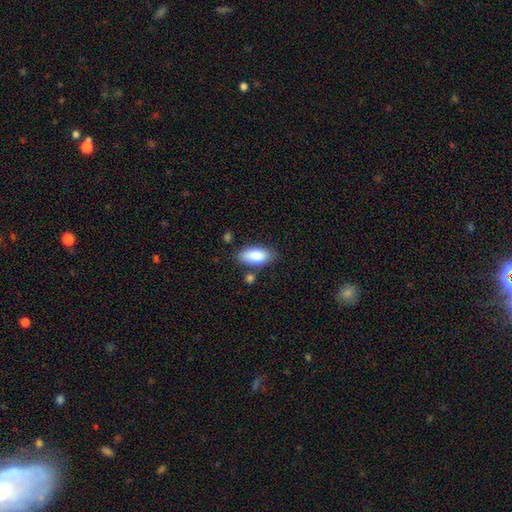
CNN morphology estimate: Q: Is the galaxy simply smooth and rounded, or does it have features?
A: smooth — 84%.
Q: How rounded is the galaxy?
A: in between — 90%.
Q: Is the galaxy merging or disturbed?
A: none — 73%.